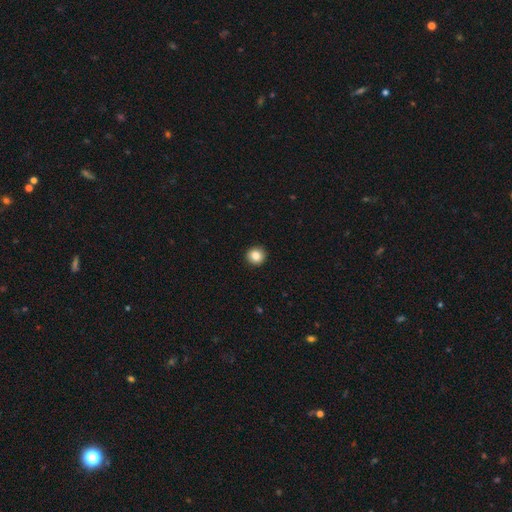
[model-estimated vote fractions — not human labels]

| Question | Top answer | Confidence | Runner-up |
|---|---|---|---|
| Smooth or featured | smooth | 85% | star or artifact (9%) |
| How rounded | round | 93% | in between (6%) |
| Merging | none | 93% | minor disturbance (5%) |